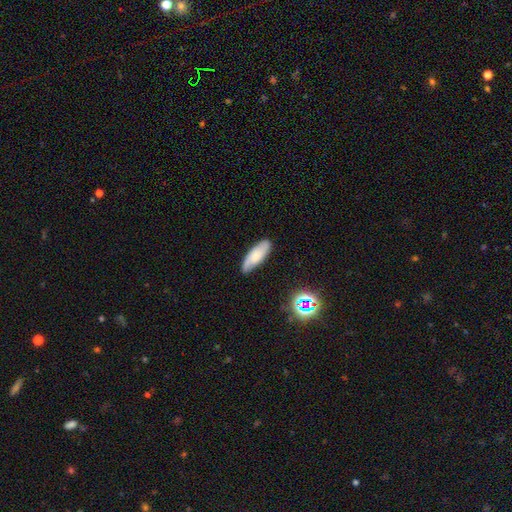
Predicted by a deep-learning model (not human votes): This is likely a smooth galaxy (62%). How rounded: likely in between (64%). Merging: clearly none (81%).